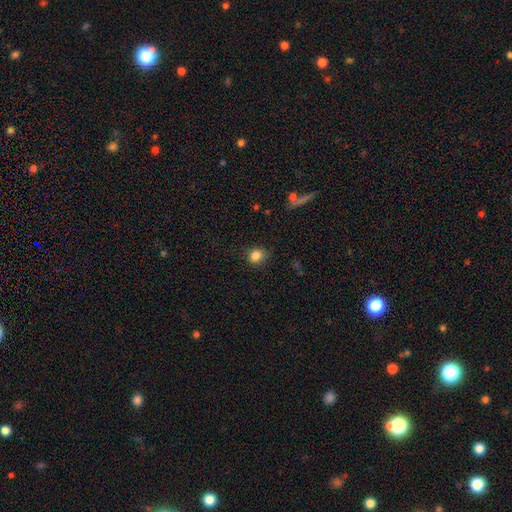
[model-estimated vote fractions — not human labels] A smooth galaxy with no disk features (84%) that is round (76%). Merging: none (82%).